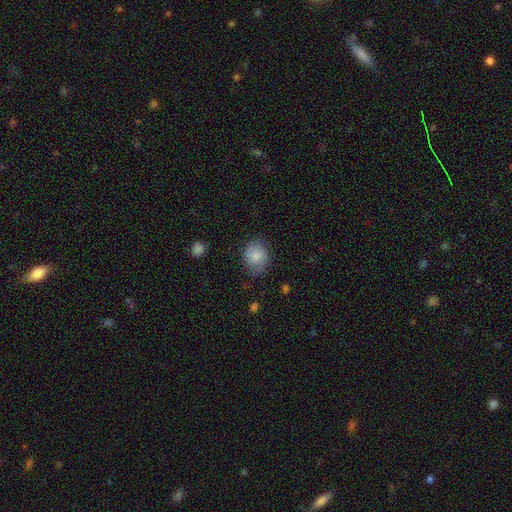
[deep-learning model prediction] Smooth or featured: smooth — 83% (featured or disk — 9%)
How rounded: round — 61% (in between — 38%)
Merging: none — 72% (minor disturbance — 21%)